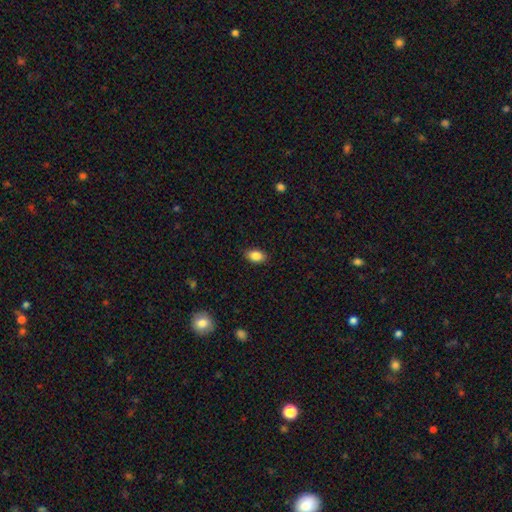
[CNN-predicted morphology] Smooth or featured: smooth — 87% (star or artifact — 8%)
How rounded: in between — 90% (round — 8%)
Merging: none — 87% (minor disturbance — 10%)